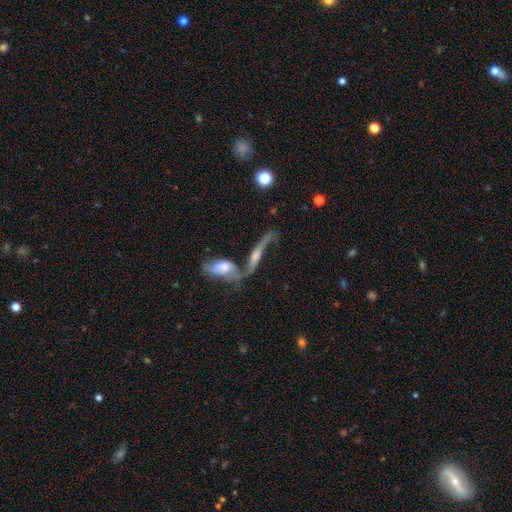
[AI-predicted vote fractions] The model was most divided on "edge-on disk": no: 53%, yes: 47%. Remaining: smooth or featured — featured or disk (72%); merging — merger (49%).